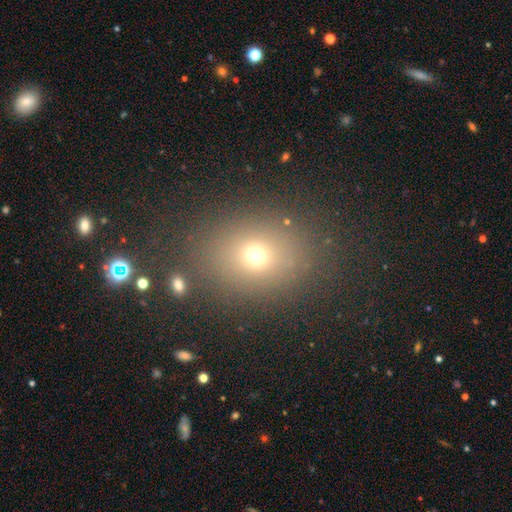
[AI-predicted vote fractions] This is likely a smooth galaxy (68%). How rounded: possibly round (51%). Merging: clearly none (83%).